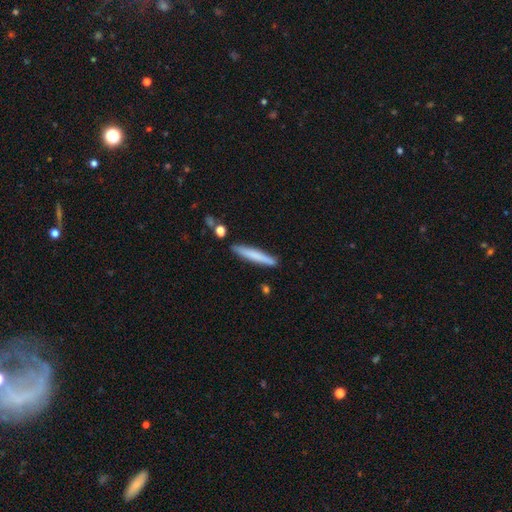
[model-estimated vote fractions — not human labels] Smooth or featured? Predicted: smooth (p=0.70). How rounded? Predicted: cigar-shaped (p=0.95). Merging? Predicted: none (p=0.86).